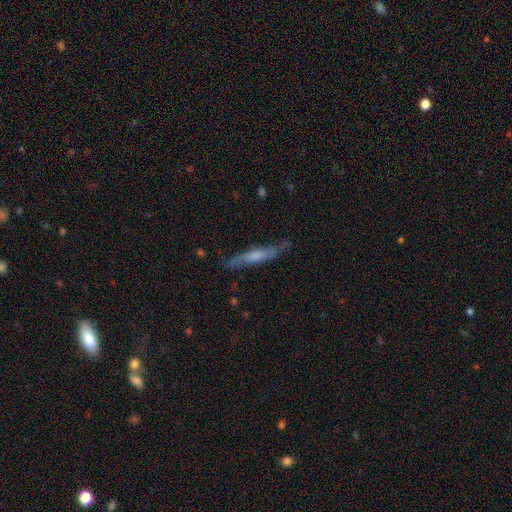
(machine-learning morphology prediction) Smooth or featured? featured or disk (47%)
Merging? none (74%)